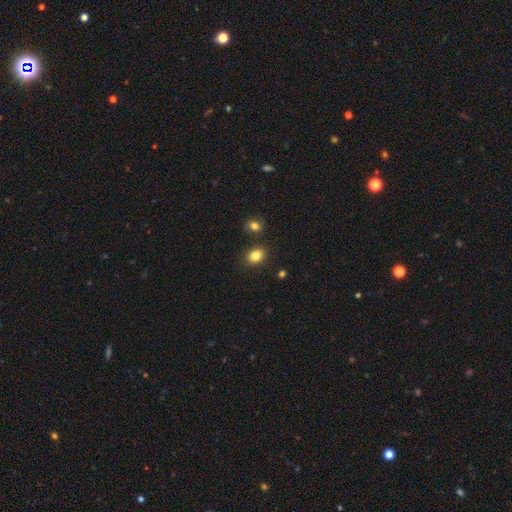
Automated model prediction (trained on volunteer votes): A smooth galaxy with no disk features (84%) that is in between round and cigar-shaped (66%).

Vote fractions:
- Smooth or featured? smooth: 84% / star or artifact: 10% / featured or disk: 7%
- How rounded? in between: 66% / round: 33% / cigar-shaped: 1%
- Merging? none: 83% / minor disturbance: 9% / merger: 6% / major disturbance: 2%